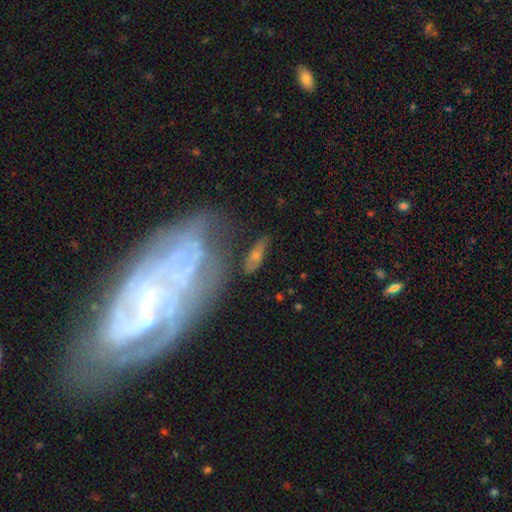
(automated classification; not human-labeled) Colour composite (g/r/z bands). It shows a featured or disk galaxy (45%). Merging: none (61%).